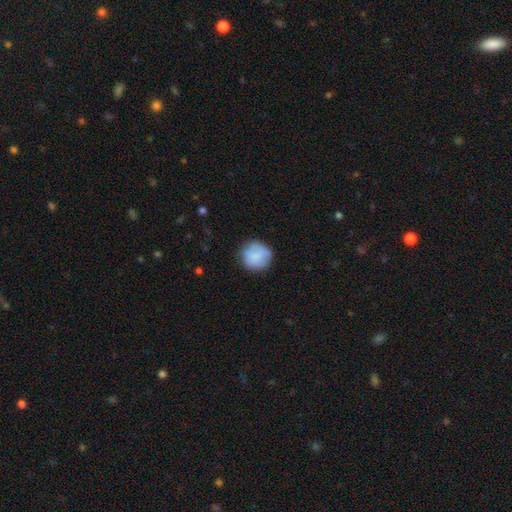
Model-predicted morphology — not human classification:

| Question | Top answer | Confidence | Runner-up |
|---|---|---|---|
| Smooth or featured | smooth | 80% | featured or disk (13%) |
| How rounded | round | 92% | in between (7%) |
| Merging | none | 79% | minor disturbance (16%) |